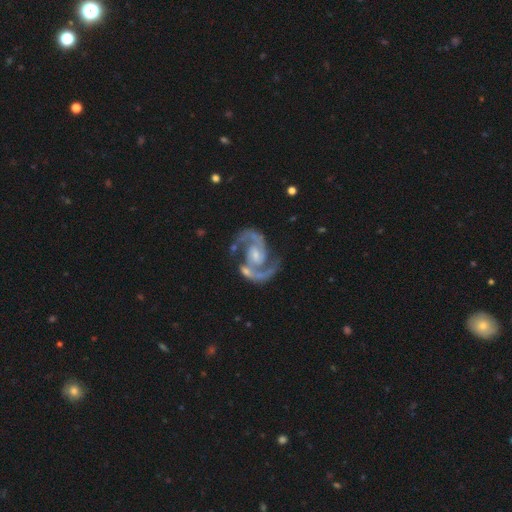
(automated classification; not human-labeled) This is clearly a featured or disk galaxy (93%). It is clearly not viewed edge-on (98%). Bar: possibly no (48%). Spiral arm pattern: clearly yes (99%). Spiral arm count: clearly 2 (94%). Spiral winding: likely medium (65%). Central bulge: possibly small (50%). Merging: likely none (70%).